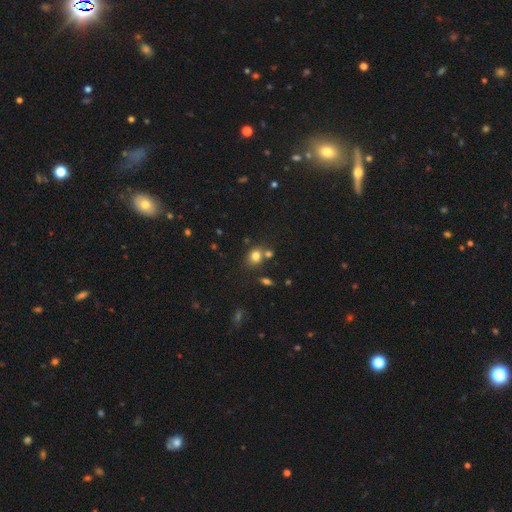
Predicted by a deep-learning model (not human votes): A smooth galaxy with no disk features (78%) that is round (58%).

Vote fractions:
- Smooth or featured? smooth: 78% / star or artifact: 14% / featured or disk: 8%
- How rounded? round: 58% / in between: 41% / cigar-shaped: 1%
- Merging? none: 60% / merger: 23% / minor disturbance: 13% / major disturbance: 4%